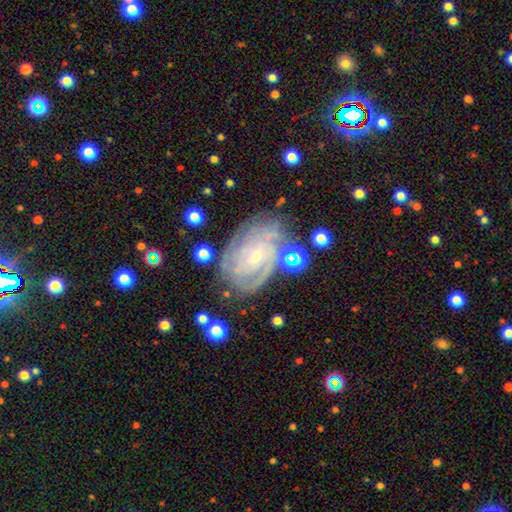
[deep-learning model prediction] featured or disk 84%, smooth 8%, star or artifact 8%. Down the decision tree: edge-on disk — no (97%); bar — no (62%); spiral arms — yes (95%); spiral arm count — can't tell (33%); spiral winding — tight (71%); bulge size — small (77%); merging — none (69%).